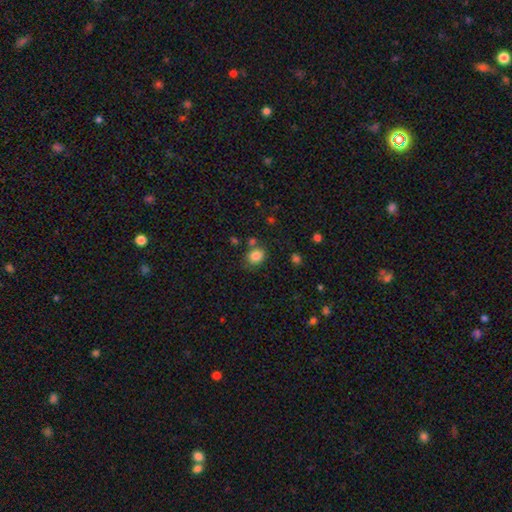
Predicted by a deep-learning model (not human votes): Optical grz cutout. It shows a smooth galaxy with no disk features (84%) that is round (61%). Merging: none (70%).